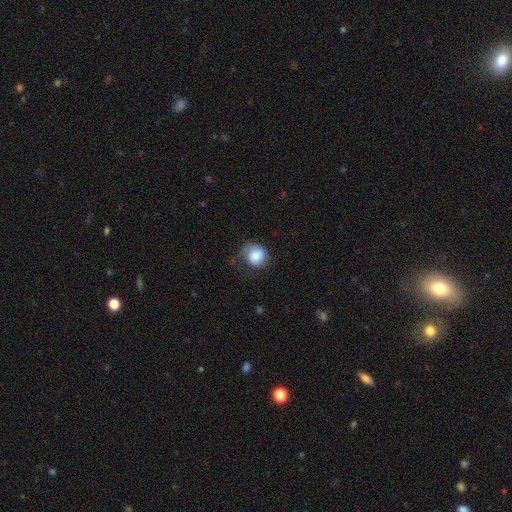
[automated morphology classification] Smooth or featured? Predicted: smooth (p=0.80). How rounded? Predicted: round (p=0.73). Merging? Predicted: none (p=0.51).